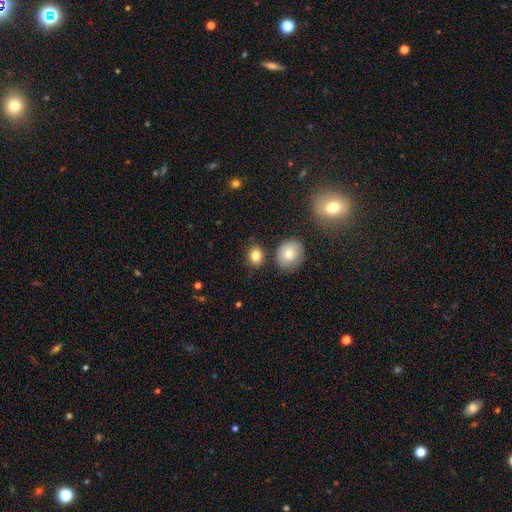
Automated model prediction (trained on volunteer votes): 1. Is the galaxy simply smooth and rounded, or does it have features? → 82% smooth, 10% star or artifact, 8% featured or disk.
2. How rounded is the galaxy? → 53% round, 46% in between, 1% cigar-shaped.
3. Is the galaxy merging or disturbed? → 78% none, 11% minor disturbance, 8% merger, 3% major disturbance.